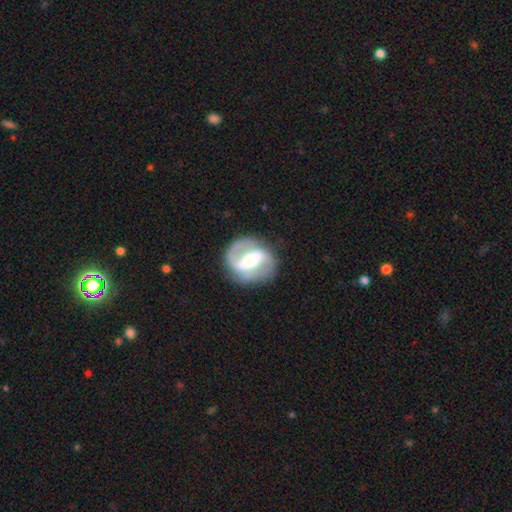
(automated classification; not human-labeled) A featured or disk galaxy (83%) with a strong bar (60%), 2 (89%) medium (48%) spiral arms (89%) and a moderate central bulge (43%). Merging: none (80%).